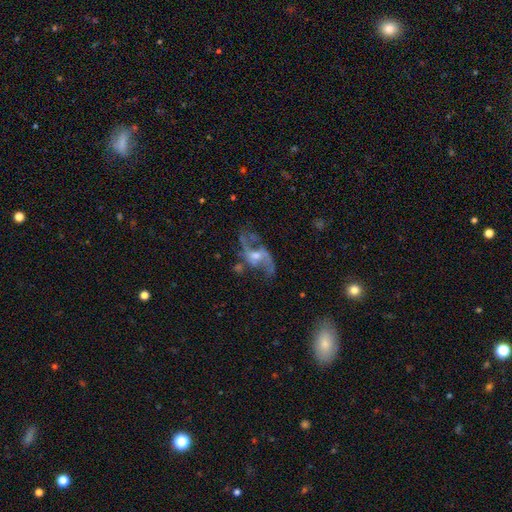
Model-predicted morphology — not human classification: Q: Smooth or featured?
A: featured or disk (84%); runner-up: star or artifact (9%)
Q: Edge-on disk?
A: no (95%); runner-up: yes (5%)
Q: Bar?
A: no (48%); runner-up: weak (37%)
Q: Spiral arms?
A: yes (92%); runner-up: no (8%)
Q: Spiral winding?
A: loose (77%); runner-up: medium (19%)
Q: Spiral arm count?
A: 2 (87%); runner-up: can't tell (4%)
Q: Bulge size?
A: small (47%); runner-up: moderate (45%)
Q: Merging?
A: none (60%); runner-up: minor disturbance (17%)